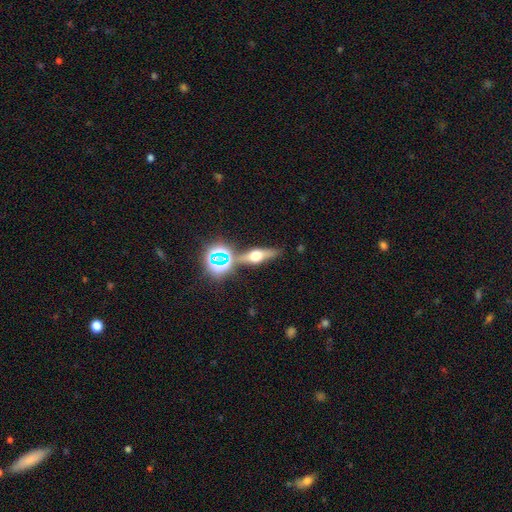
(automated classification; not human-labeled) Morphology: type=featured or disk (57%); edge-on=yes (90%); edge-on bulge=rounded (94%); merging=none (77%).